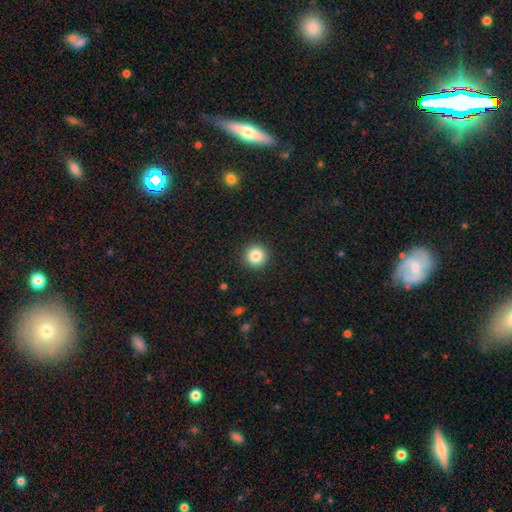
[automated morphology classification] smooth 85%, star or artifact 10%, featured or disk 5%. Down the decision tree: how rounded — round (95%); merging — none (92%).